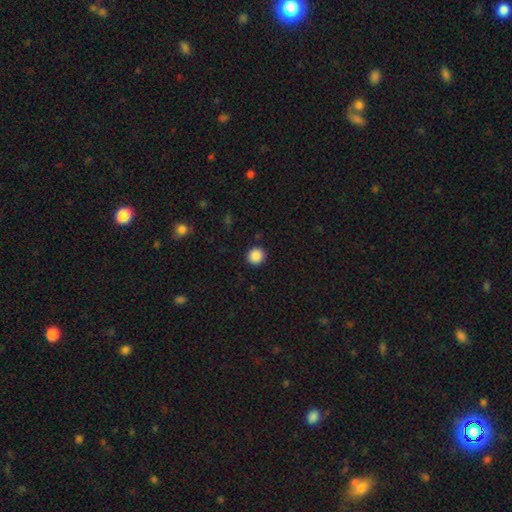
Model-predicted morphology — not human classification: smooth_or_featured: smooth (p=0.88) [alt: star or artifact p=0.09]
how_rounded: round (p=0.93) [alt: in between p=0.06]
merging: none (p=0.92) [alt: minor disturbance p=0.05]